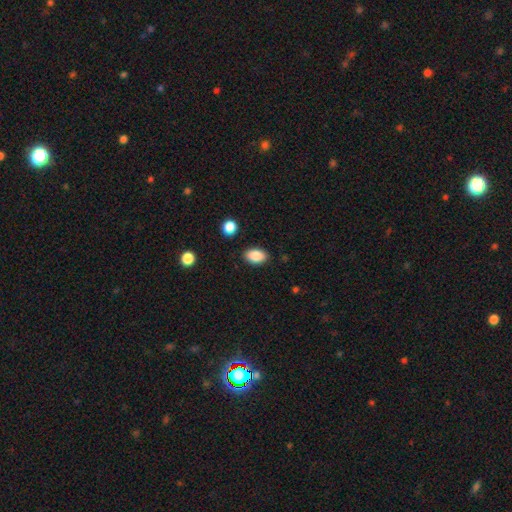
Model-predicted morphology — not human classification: Smooth or featured: smooth — 87% (star or artifact — 8%)
How rounded: in between — 89% (round — 10%)
Merging: none — 87% (minor disturbance — 9%)